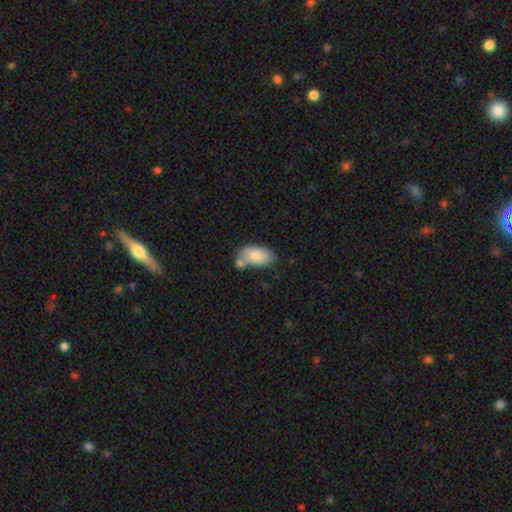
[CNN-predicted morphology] Smooth or featured? Predicted: smooth (p=0.83). How rounded? Predicted: in between (p=0.94). Merging? Predicted: none (p=0.55).